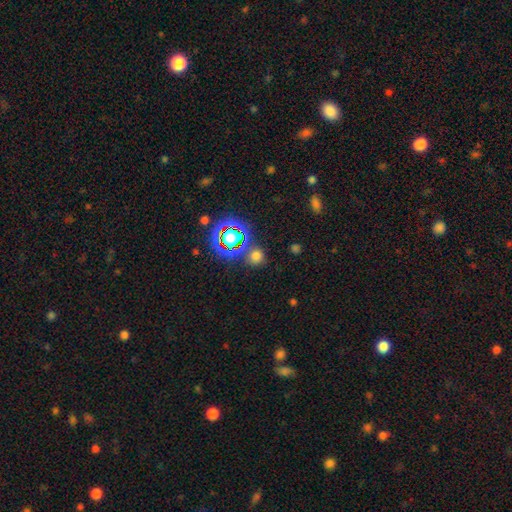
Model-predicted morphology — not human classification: The model was most divided on "smooth or featured": smooth: 63%, star or artifact: 30%, featured or disk: 7%. More confident: how rounded — round (84%); merging — none (77%).